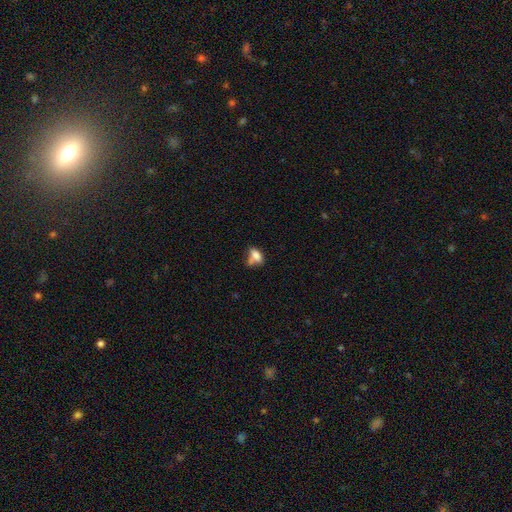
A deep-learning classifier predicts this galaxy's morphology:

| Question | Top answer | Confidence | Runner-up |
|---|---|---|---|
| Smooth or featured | smooth | 74% | featured or disk (15%) |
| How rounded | in between | 83% | round (10%) |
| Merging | none | 36% | merger (32%) |